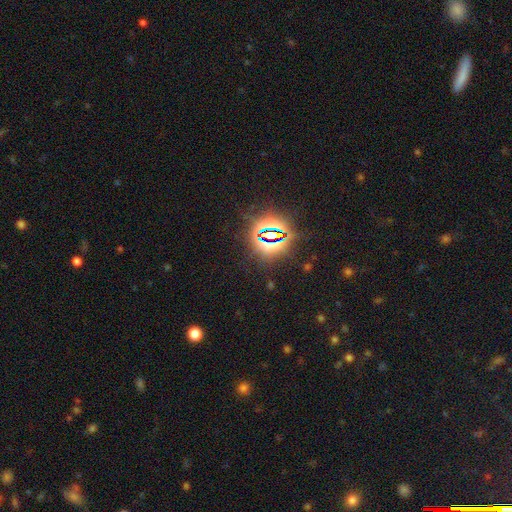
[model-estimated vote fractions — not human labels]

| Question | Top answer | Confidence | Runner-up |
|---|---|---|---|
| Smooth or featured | star or artifact | 82% | smooth (11%) |